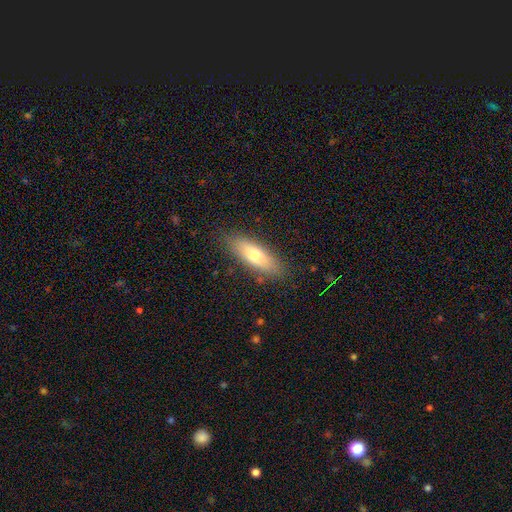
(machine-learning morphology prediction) smooth 69%, featured or disk 24%, star or artifact 7%. Down the decision tree: how rounded — in between (55%); merging — none (85%).